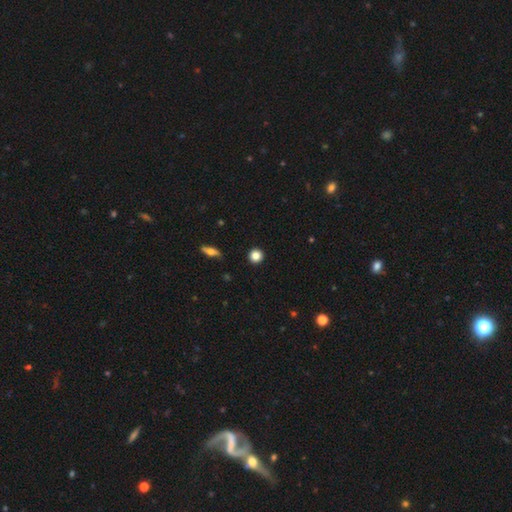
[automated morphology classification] A smooth galaxy with no disk features (85%) that is round (94%). Merging: none (93%).